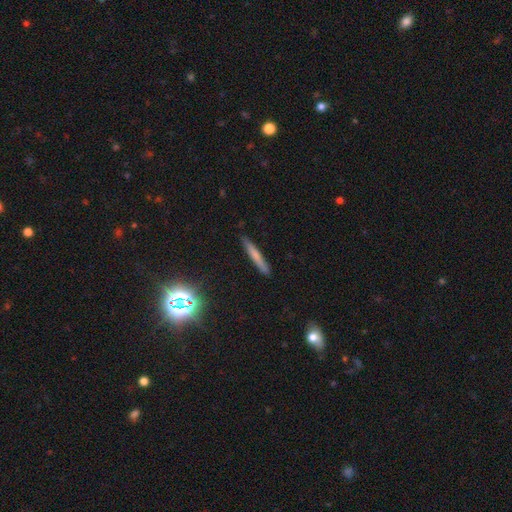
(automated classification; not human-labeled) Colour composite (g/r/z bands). It shows a smooth galaxy with no disk features (59%) that is cigar-shaped (95%). Merging: none (88%).